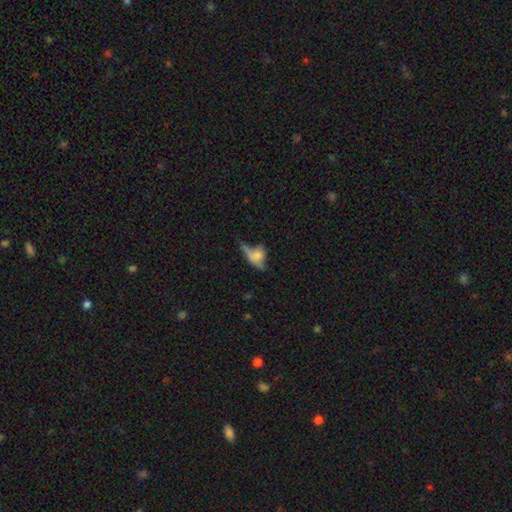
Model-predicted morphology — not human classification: Smooth or featured: smooth — 49% (featured or disk — 39%)
Merging: none — 36% (merger — 23%)